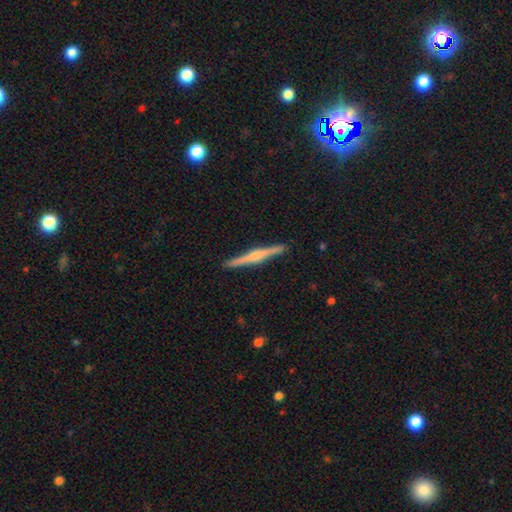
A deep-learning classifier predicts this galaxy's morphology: featured or disk 73%, smooth 22%, star or artifact 5%. Down the decision tree: edge-on disk — yes (98%); edge-on bulge — rounded (76%); merging — none (92%).